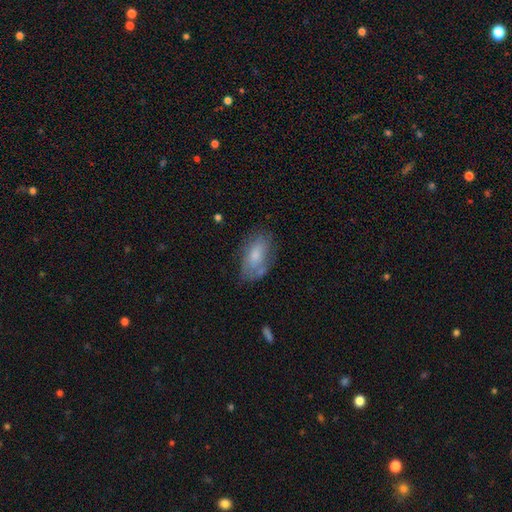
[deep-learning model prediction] Morphology: type=smooth (62%); roundness=in between (90%); merging=none (60%).